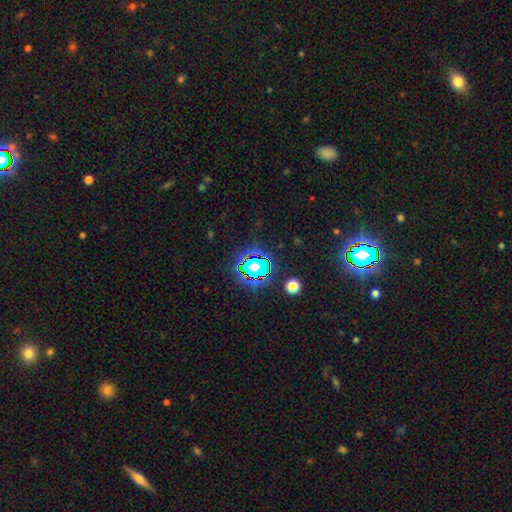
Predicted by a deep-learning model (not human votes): smooth_or_featured: star or artifact (p=0.77) [alt: smooth p=0.15]